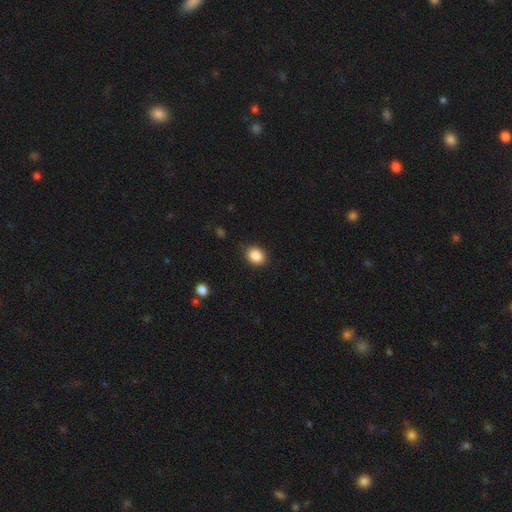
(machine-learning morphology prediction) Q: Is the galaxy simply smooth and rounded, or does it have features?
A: smooth — 87%.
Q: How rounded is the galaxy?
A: round — 54%.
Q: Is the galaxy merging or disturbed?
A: none — 86%.